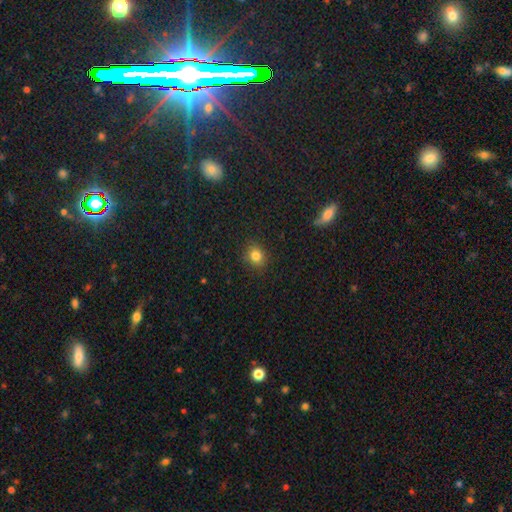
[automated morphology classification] smooth_or_featured: smooth (p=0.82) [alt: star or artifact p=0.12]
how_rounded: round (p=0.73) [alt: in between p=0.26]
merging: none (p=0.88) [alt: minor disturbance p=0.09]